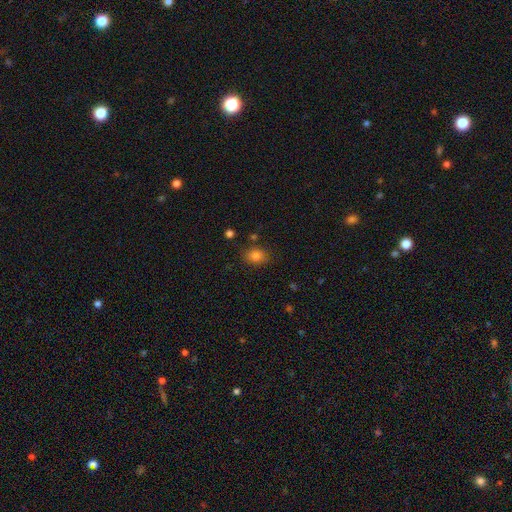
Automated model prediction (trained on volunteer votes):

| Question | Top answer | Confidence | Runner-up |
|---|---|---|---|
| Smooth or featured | smooth | 81% | star or artifact (12%) |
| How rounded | in between | 54% | round (45%) |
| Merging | none | 81% | minor disturbance (12%) |